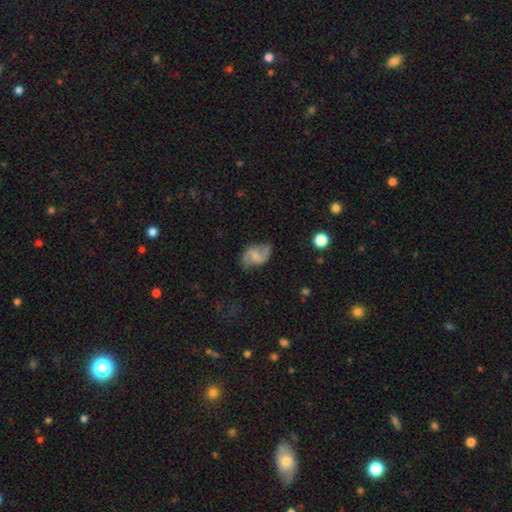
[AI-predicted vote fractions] The model was most divided on "bulge size": small: 40%, none: 33%, moderate: 23%, large: 3%, dominant: 1%. More confident: edge-on disk — no (98%); spiral arms — yes (93%); spiral arm count — 2 (91%); smooth or featured — featured or disk (74%); merging — none (70%); spiral winding — loose (53%); bar — weak (52%).